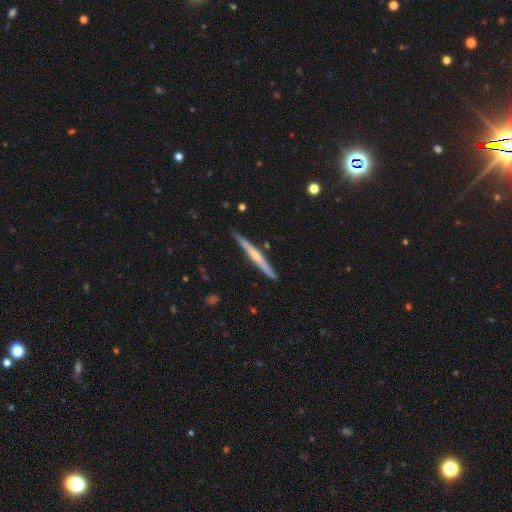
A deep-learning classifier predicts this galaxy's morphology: Overall: featured or disk (61%; smooth 34%). Edge-on disk: yes (98%). Edge-on bulge: rounded (54%; none 39%). Merging: none (87%).